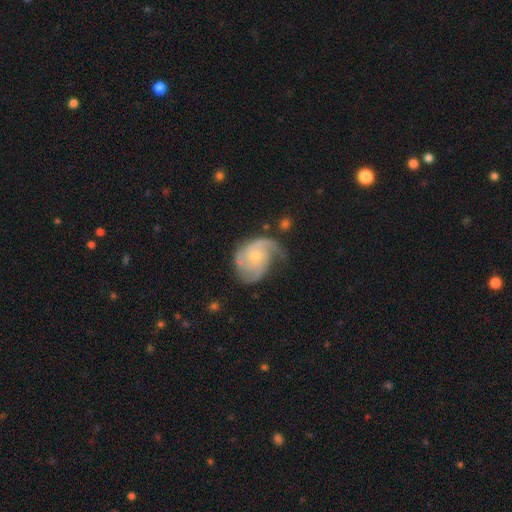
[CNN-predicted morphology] This appears to be a featured or disk galaxy (83%) with no bar (72%), 3 (36%) medium (45%) spiral arms (96%) and a small central bulge (60%). Merging: none (49%).